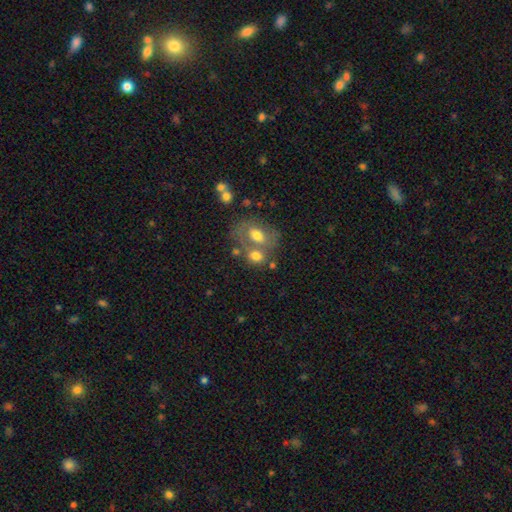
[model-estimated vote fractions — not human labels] Morphology: type=smooth (66%); roundness=in between (60%); merging=merger (44%).